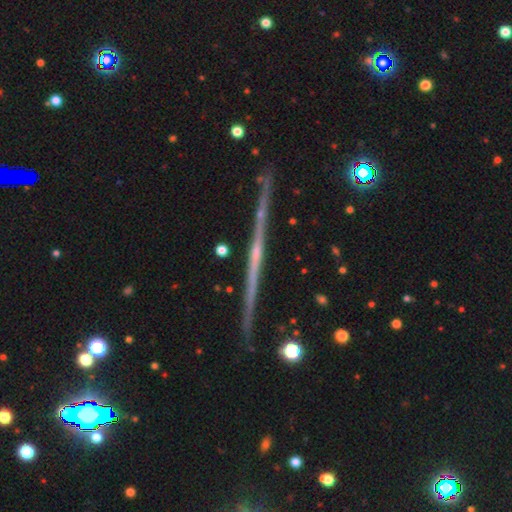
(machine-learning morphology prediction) A featured or disk galaxy (79%) viewed edge-on (98%) with no central bulge (55%).

Vote fractions:
- Smooth or featured? featured or disk: 79% / smooth: 11% / star or artifact: 10%
- Edge-on disk? yes: 98% / no: 2%
- Edge-on bulge? none: 55% / rounded: 37% / boxy: 8%
- Merging? none: 89% / minor disturbance: 8% / merger: 2% / major disturbance: 2%